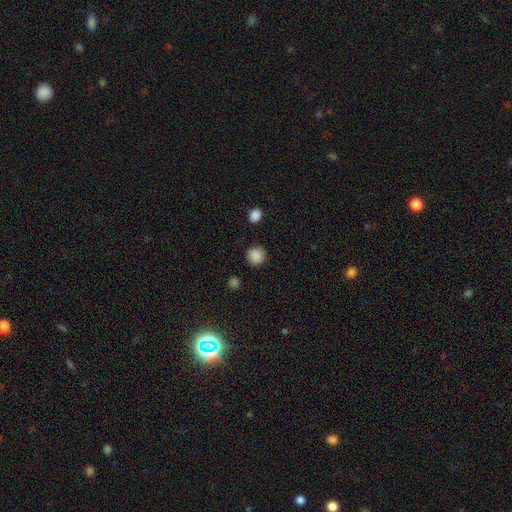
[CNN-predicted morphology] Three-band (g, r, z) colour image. It shows a smooth galaxy with no disk features (87%) that is round (89%). Merging: none (85%).